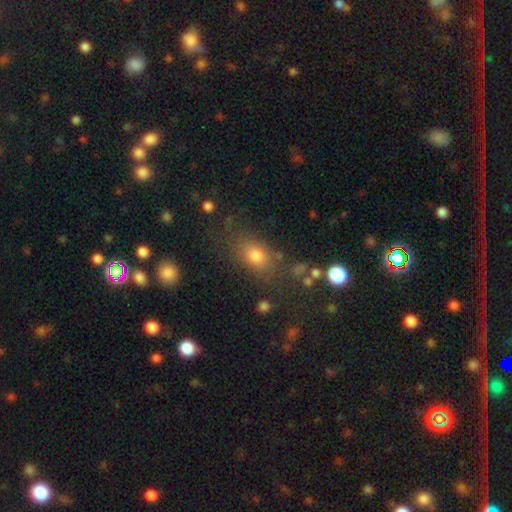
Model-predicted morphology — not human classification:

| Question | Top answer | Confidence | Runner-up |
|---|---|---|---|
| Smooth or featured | smooth | 76% | star or artifact (13%) |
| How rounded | in between | 68% | round (29%) |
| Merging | none | 71% | minor disturbance (16%) |